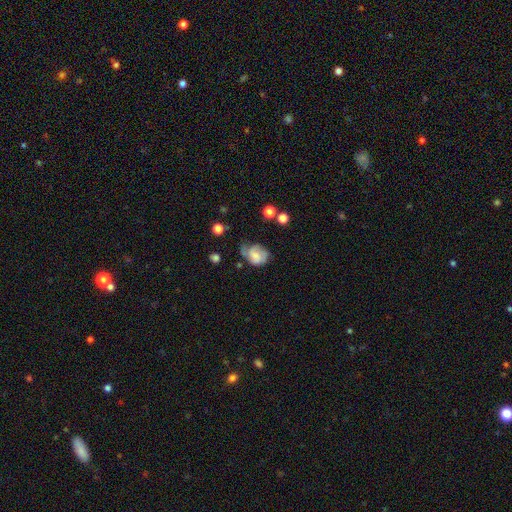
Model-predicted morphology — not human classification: smooth 46%, featured or disk 45%, star or artifact 9%. Down the decision tree: merging — none (37%).